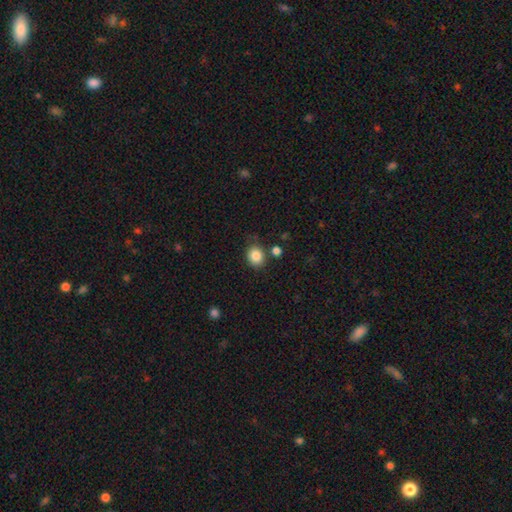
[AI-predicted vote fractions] A smooth galaxy with no disk features (86%) that is round (68%).

Vote fractions:
- Smooth or featured? smooth: 86% / star or artifact: 10% / featured or disk: 4%
- How rounded? round: 68% / in between: 32% / cigar-shaped: 1%
- Merging? none: 76% / minor disturbance: 13% / merger: 7% / major disturbance: 4%